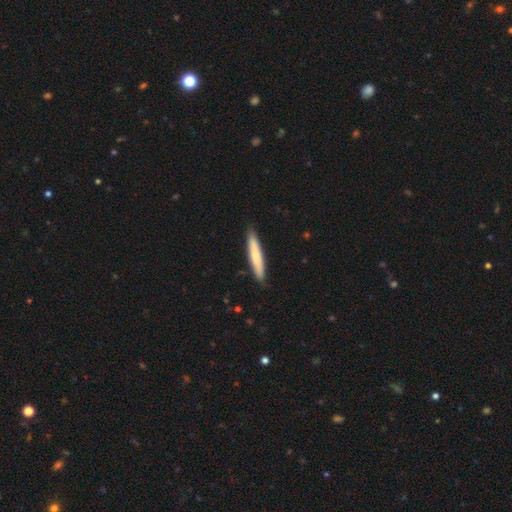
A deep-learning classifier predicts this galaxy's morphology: smooth-or-featured: smooth: 71% | featured or disk: 24% | star or artifact: 5%
  how-rounded: cigar-shaped: 92% | in between: 7% | round: 1%
  merging: none: 89% | minor disturbance: 8% | major disturbance: 1% | merger: 1%